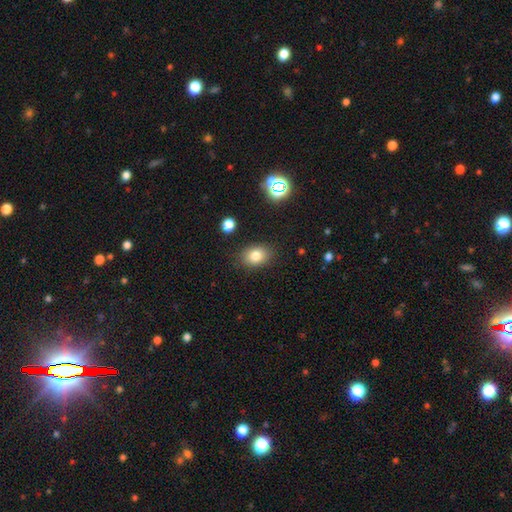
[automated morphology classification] This is clearly a smooth galaxy (80%). How rounded: likely in between (69%). Merging: clearly none (85%).